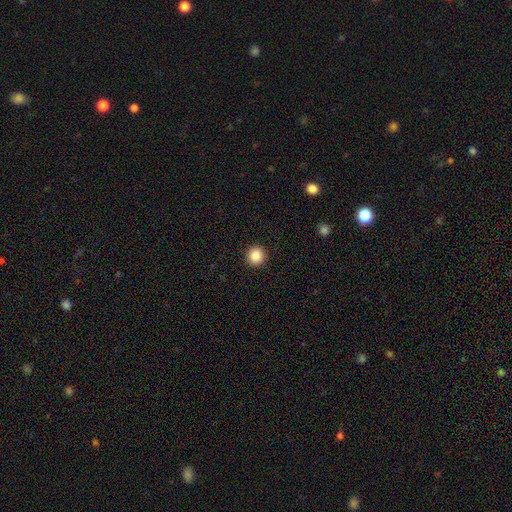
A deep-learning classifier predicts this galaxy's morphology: A smooth galaxy with no disk features (87%) that is round (95%). Merging: none (93%).